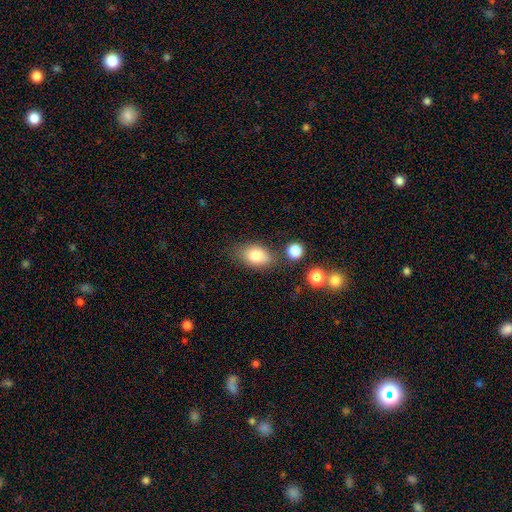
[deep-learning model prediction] The model was most divided on "merging": none: 70%, minor disturbance: 18%, merger: 7%, major disturbance: 5%. More confident: how rounded — in between (86%); smooth or featured — smooth (81%).